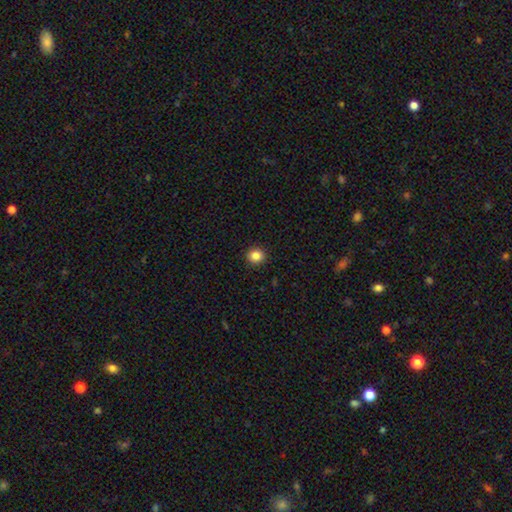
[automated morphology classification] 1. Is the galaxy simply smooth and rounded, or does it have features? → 85% smooth, 11% star or artifact, 4% featured or disk.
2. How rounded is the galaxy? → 86% round, 13% in between, 1% cigar-shaped.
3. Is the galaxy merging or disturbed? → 92% none, 5% minor disturbance, 2% major disturbance, 1% merger.